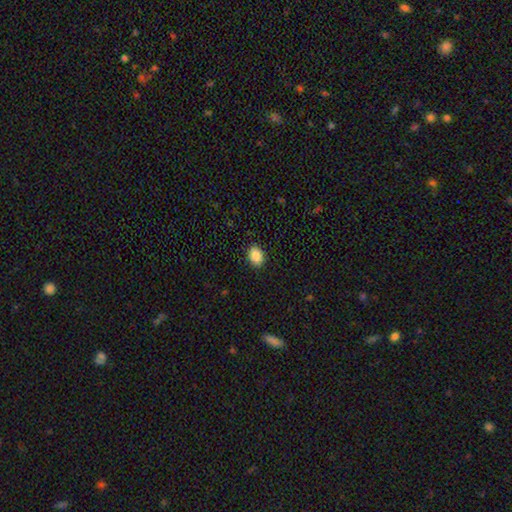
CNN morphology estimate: This is clearly a smooth galaxy (88%). How rounded: likely in between (68%). Merging: clearly none (89%).